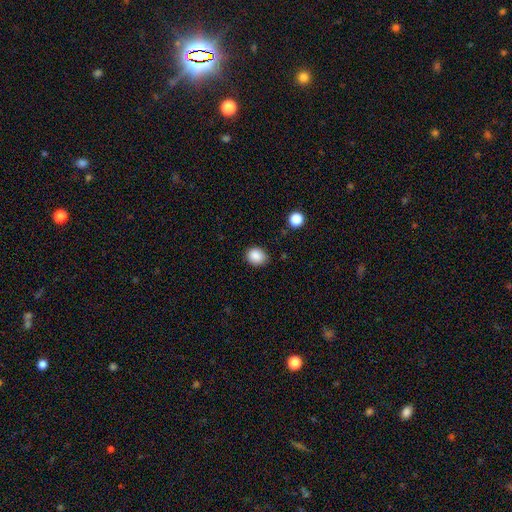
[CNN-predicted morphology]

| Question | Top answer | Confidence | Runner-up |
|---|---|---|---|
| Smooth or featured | smooth | 87% | star or artifact (10%) |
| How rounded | round | 62% | in between (37%) |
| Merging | none | 80% | minor disturbance (15%) |